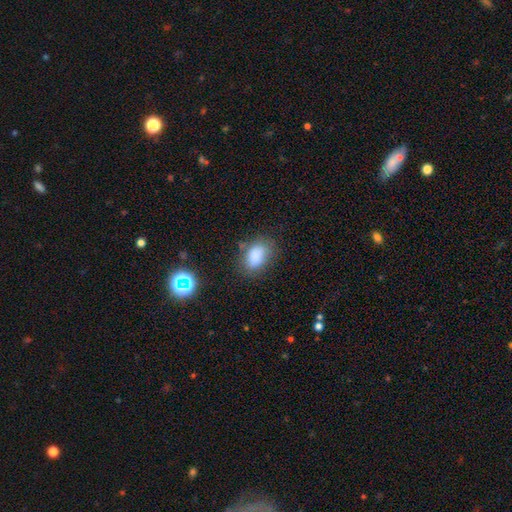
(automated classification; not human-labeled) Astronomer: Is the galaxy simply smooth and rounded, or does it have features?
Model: smooth — 84%.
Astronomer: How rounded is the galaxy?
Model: in between — 84%.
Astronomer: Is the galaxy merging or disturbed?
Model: none — 70%.